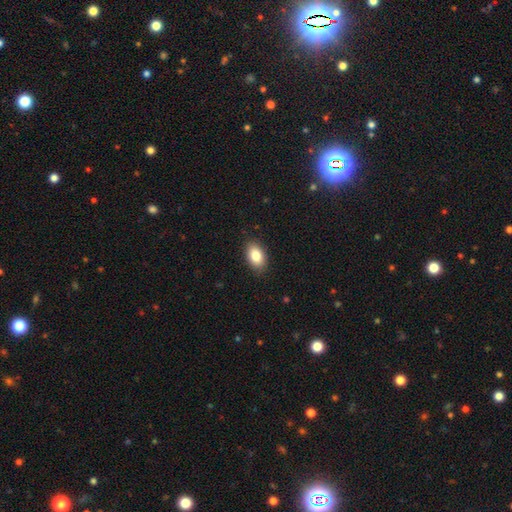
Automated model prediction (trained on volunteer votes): Overall: smooth (85%). How rounded: in between (90%). Merging: none (87%).